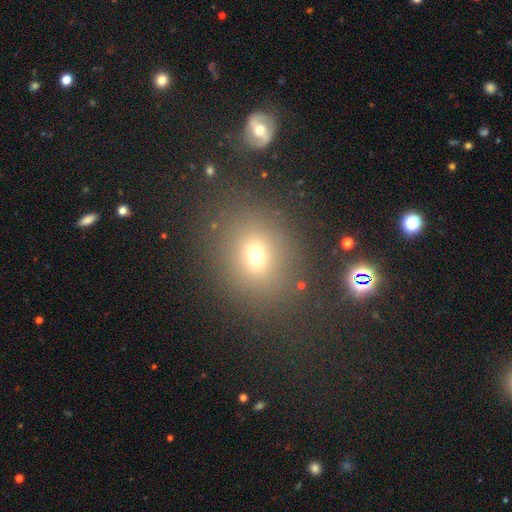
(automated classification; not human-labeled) Morphology: type=smooth (67%); roundness=round (58%); merging=none (81%).